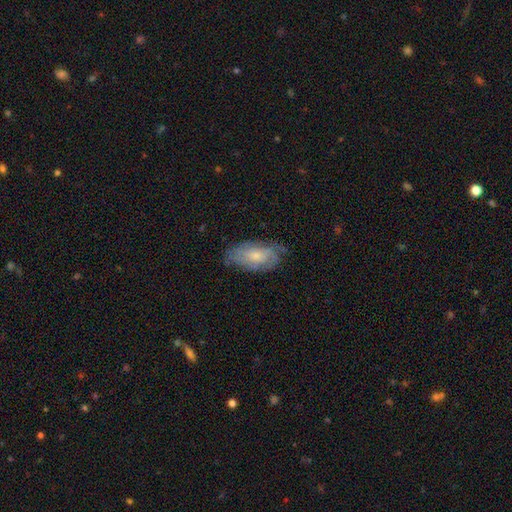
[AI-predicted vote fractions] This is possibly a featured or disk galaxy (49%). Merging: likely none (63%).